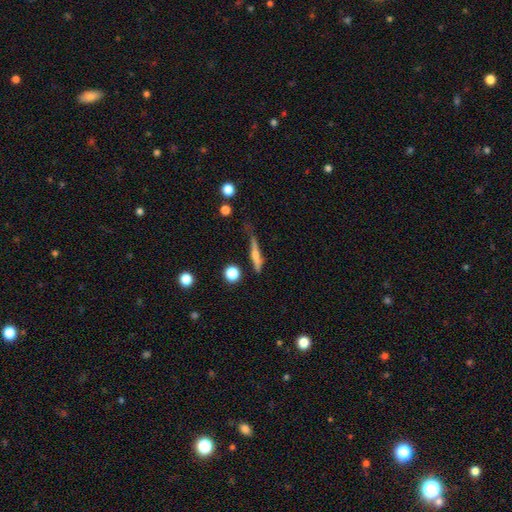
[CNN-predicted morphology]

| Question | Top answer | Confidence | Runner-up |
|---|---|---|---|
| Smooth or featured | smooth | 48% | featured or disk (44%) |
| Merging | none | 61% | minor disturbance (26%) |